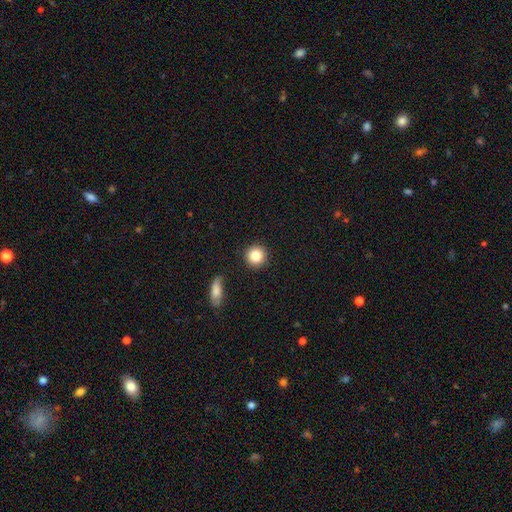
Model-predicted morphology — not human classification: type=smooth (84%); roundness=round (93%); merging=none (90%).